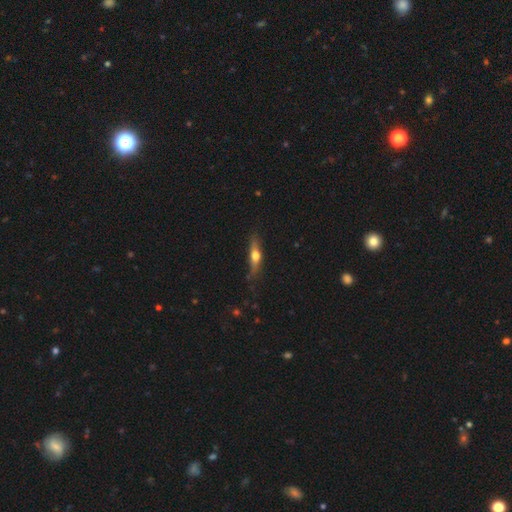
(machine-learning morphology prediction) A featured or disk galaxy (48%). Merging: none (73%).